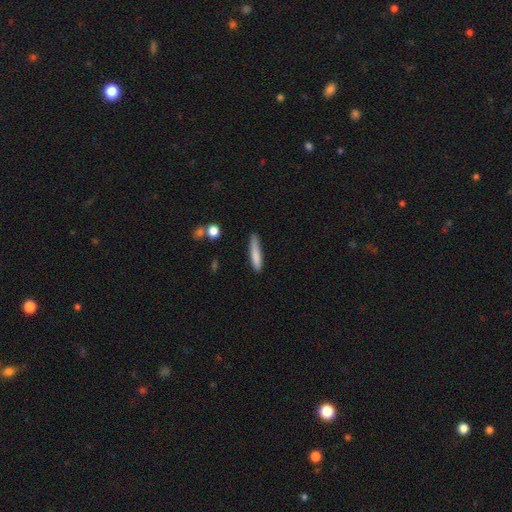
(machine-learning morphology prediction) This appears to be a smooth galaxy with no disk features (80%) that is cigar-shaped (89%). Merging: none (73%).